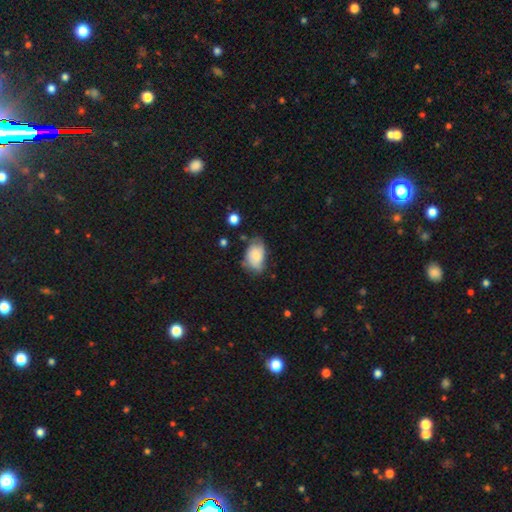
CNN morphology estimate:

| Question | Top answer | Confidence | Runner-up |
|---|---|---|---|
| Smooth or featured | smooth | 68% | featured or disk (24%) |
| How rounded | in between | 88% | round (10%) |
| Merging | none | 47% | minor disturbance (37%) |